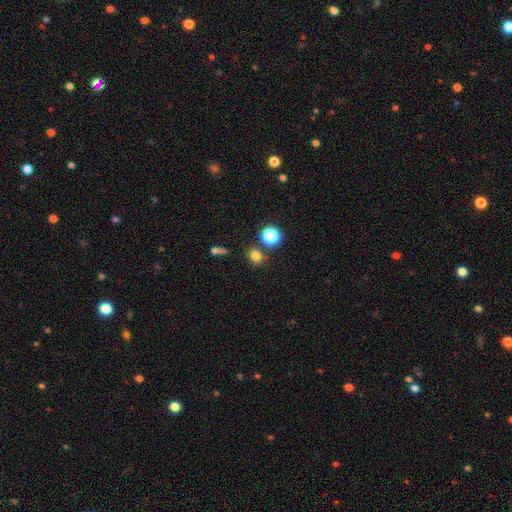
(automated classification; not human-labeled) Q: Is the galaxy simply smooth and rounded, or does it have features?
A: smooth — 76%.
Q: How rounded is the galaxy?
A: round — 69%.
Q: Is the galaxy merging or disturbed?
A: none — 76%.